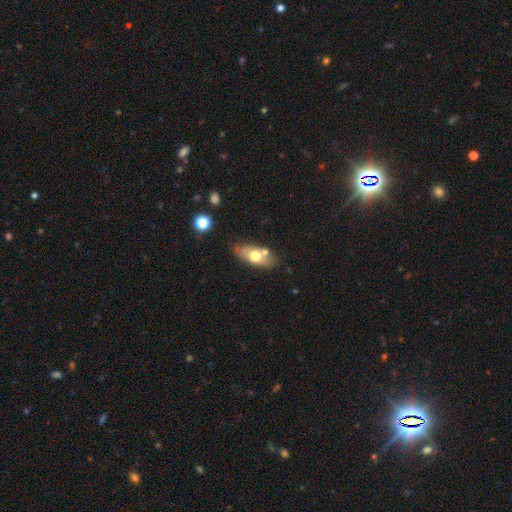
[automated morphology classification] A smooth galaxy with no disk features (58%) that is in between round and cigar-shaped (80%). Merging: none (65%).